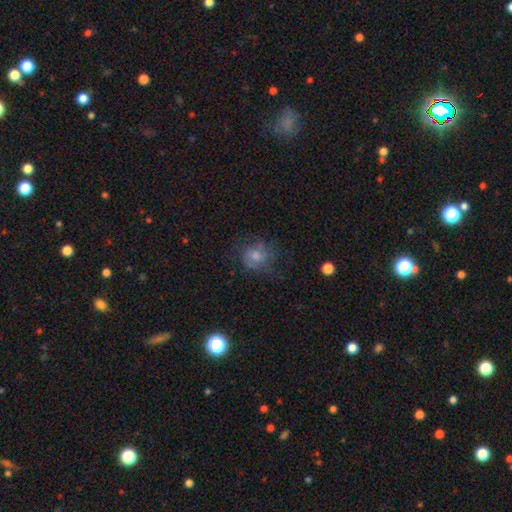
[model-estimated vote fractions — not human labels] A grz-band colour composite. It shows a smooth galaxy with no disk features (44%). Merging: none (65%).